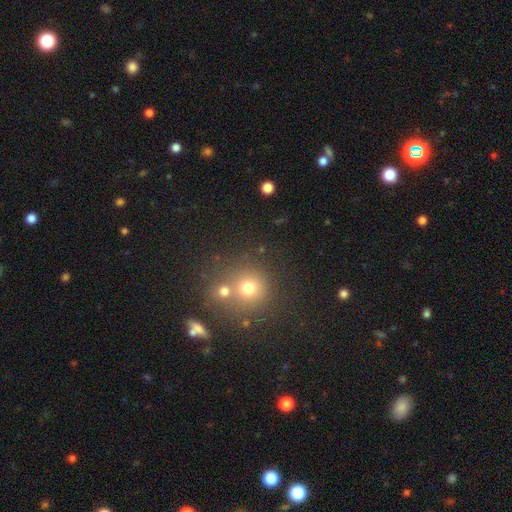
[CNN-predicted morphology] This is possibly a smooth galaxy (59%). How rounded: clearly round (89%). Merging: likely none (64%).